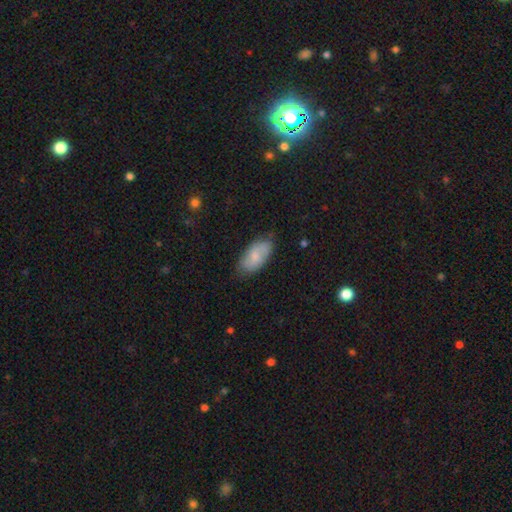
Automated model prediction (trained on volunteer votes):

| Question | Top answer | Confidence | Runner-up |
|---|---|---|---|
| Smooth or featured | smooth | 67% | featured or disk (26%) |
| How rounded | in between | 93% | cigar-shaped (4%) |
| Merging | none | 74% | minor disturbance (21%) |